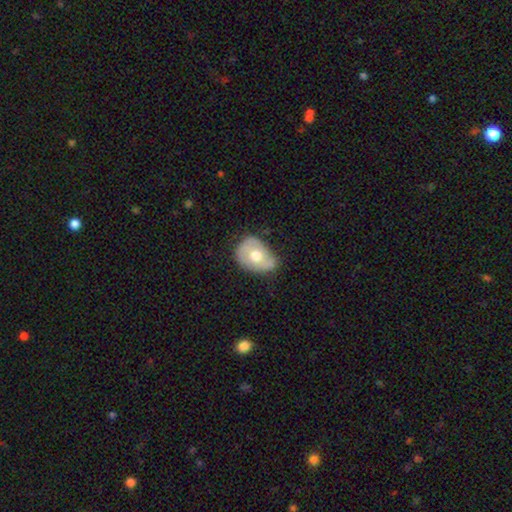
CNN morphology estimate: Overall: smooth (51%; featured or disk 42%). How rounded: in between (65%; round 34%). Merging: none (42%; minor disturbance 40%).